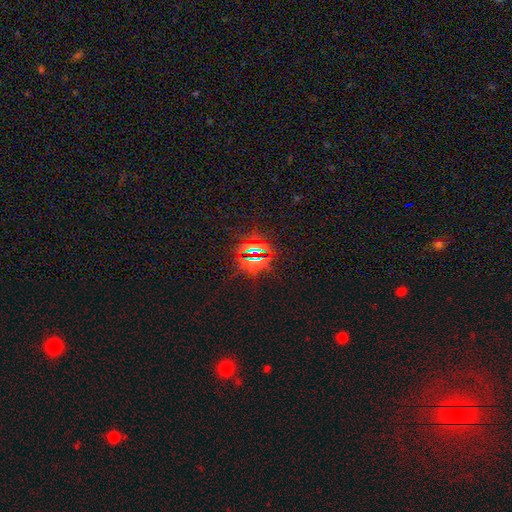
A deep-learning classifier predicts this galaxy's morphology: smooth_or_featured: star or artifact (p=0.75) [alt: smooth p=0.17]